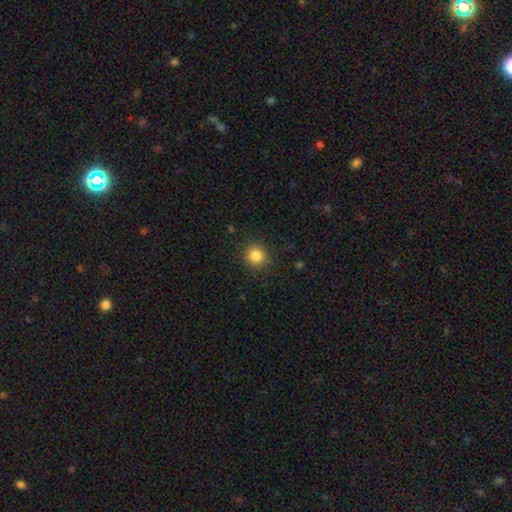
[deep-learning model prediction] Q: Smooth or featured?
A: smooth (84%); runner-up: star or artifact (11%)
Q: How rounded?
A: round (90%); runner-up: in between (9%)
Q: Merging?
A: none (90%); runner-up: minor disturbance (7%)